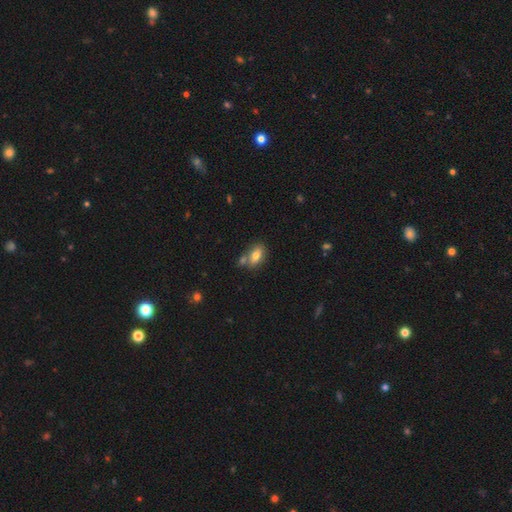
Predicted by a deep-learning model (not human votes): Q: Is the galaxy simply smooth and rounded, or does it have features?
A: smooth — 74%.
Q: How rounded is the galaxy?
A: in between — 86%.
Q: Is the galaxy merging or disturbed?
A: none — 59%.